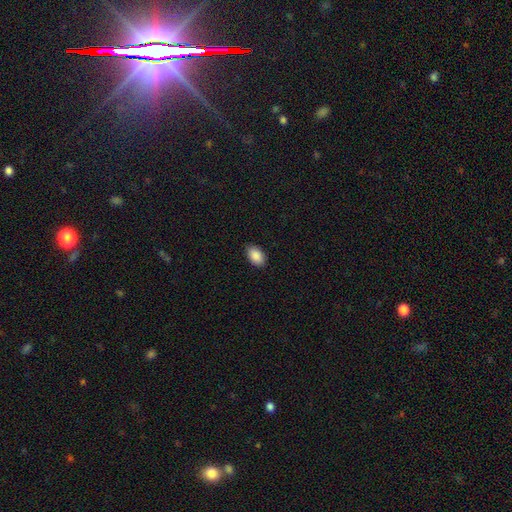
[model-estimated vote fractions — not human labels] A smooth galaxy with no disk features (89%) that is in between round and cigar-shaped (91%). Merging: none (88%).